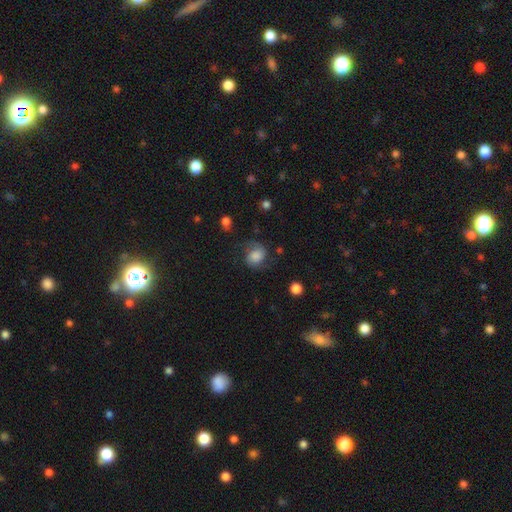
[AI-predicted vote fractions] The model was most divided on "smooth or featured": smooth: 46%, featured or disk: 44%, star or artifact: 10%. More confident: merging — none (62%).